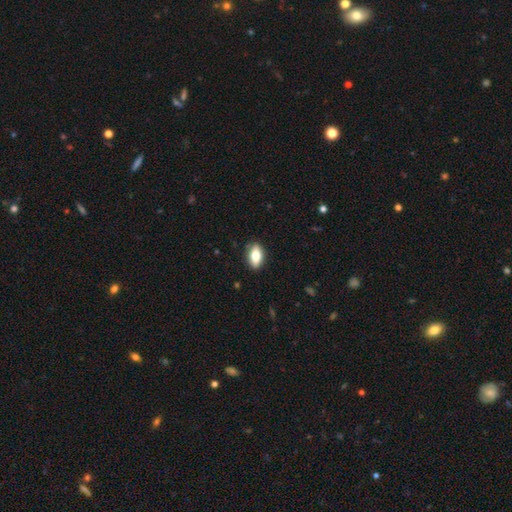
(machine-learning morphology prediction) type=smooth (73%); roundness=in between (87%); merging=none (88%).